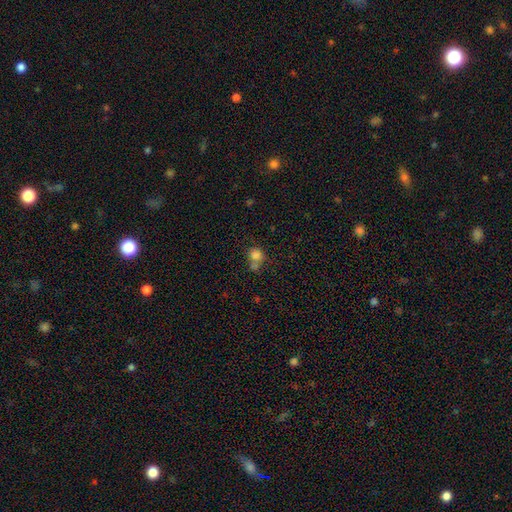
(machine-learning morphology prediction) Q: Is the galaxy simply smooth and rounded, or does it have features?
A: smooth — 80%.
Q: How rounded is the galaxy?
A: round — 82%.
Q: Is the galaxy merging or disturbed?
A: none — 44%.